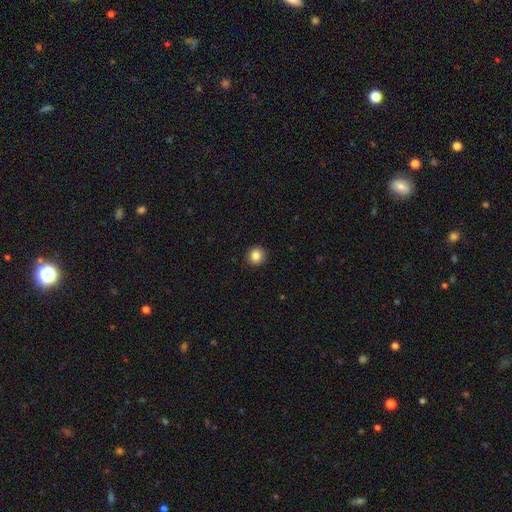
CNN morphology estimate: This is clearly a smooth galaxy (85%). How rounded: clearly round (94%). Merging: clearly none (92%).